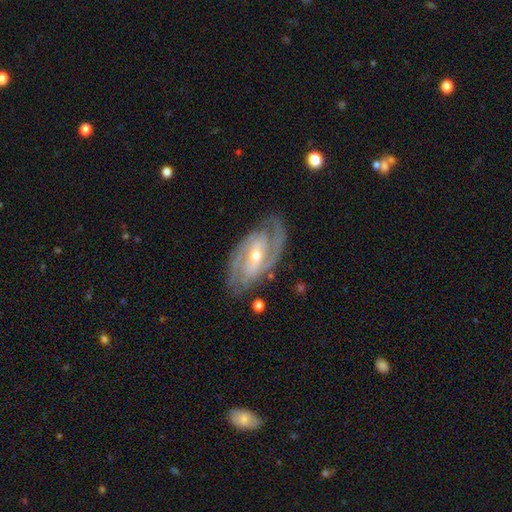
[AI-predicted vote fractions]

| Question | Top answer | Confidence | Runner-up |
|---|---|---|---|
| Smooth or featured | featured or disk | 90% | smooth (5%) |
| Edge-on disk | no | 96% | yes (4%) |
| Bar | weak | 41% | strong (34%) |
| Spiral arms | yes | 97% | no (3%) |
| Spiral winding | tight | 47% | medium (45%) |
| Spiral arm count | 2 | 73% | 3 (13%) |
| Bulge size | small | 55% | moderate (42%) |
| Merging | none | 80% | minor disturbance (14%) |